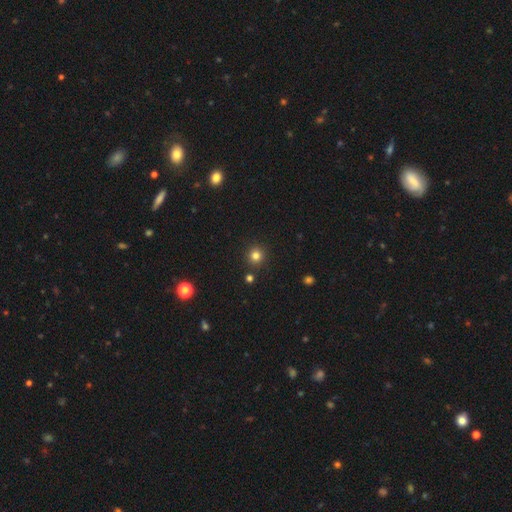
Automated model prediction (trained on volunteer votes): Smooth or featured? Predicted: smooth (p=0.80). How rounded? Predicted: round (p=0.93). Merging? Predicted: none (p=0.89).